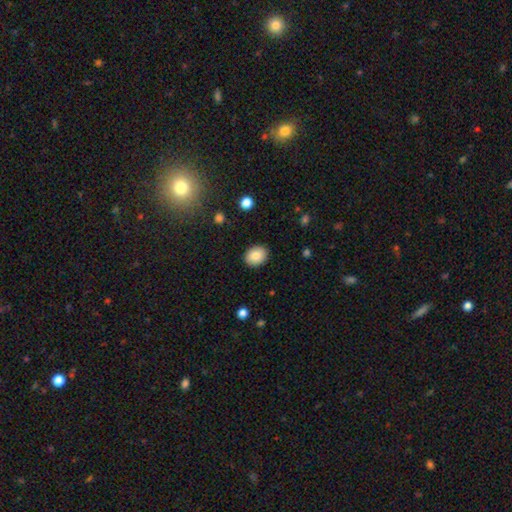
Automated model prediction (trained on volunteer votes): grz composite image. It shows a smooth galaxy with no disk features (85%) that is in between round and cigar-shaped (55%). Merging: none (89%).